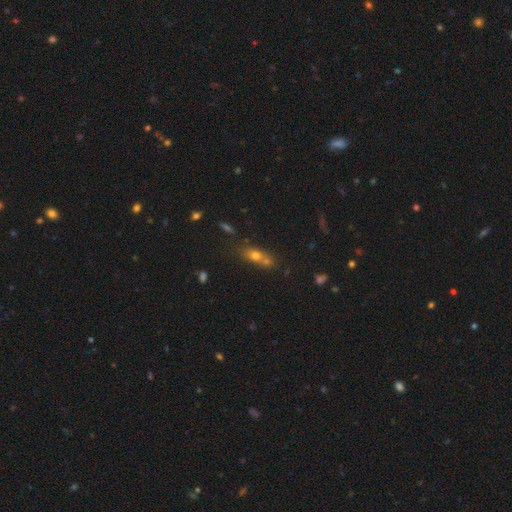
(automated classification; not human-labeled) This appears to be a smooth galaxy with no disk features (63%) that is in between round and cigar-shaped (52%). Merging: merger (42%).